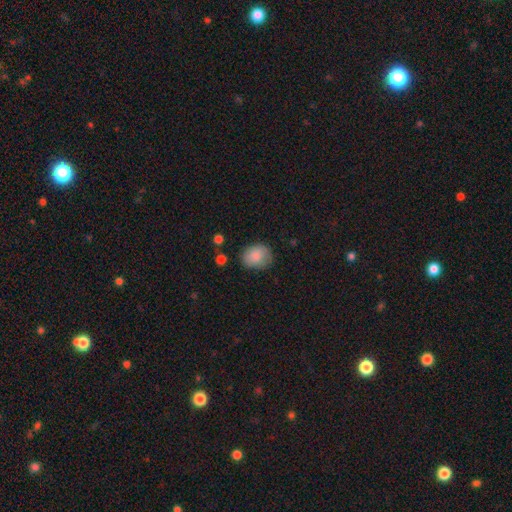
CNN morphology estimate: Smooth or featured?
  - smooth: 84% *
  - featured or disk: 9%
  - star or artifact: 8%
How rounded?
  - round: 55% *
  - in between: 45%
  - cigar-shaped: 1%
Merging?
  - none: 69% *
  - minor disturbance: 23%
  - major disturbance: 6%
  - merger: 2%